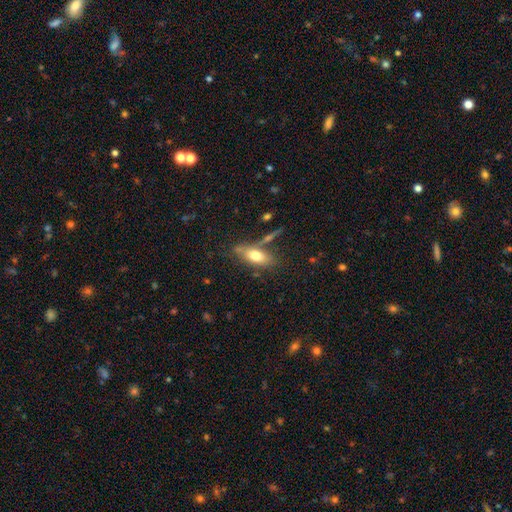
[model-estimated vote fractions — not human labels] Smooth or featured: smooth — 67% (featured or disk — 25%)
How rounded: in between — 75% (cigar-shaped — 20%)
Merging: none — 62% (minor disturbance — 18%)